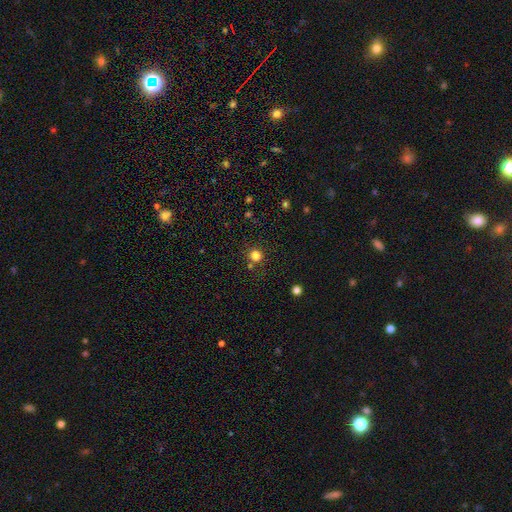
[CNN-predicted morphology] type=smooth (79%); roundness=round (85%); merging=none (76%).